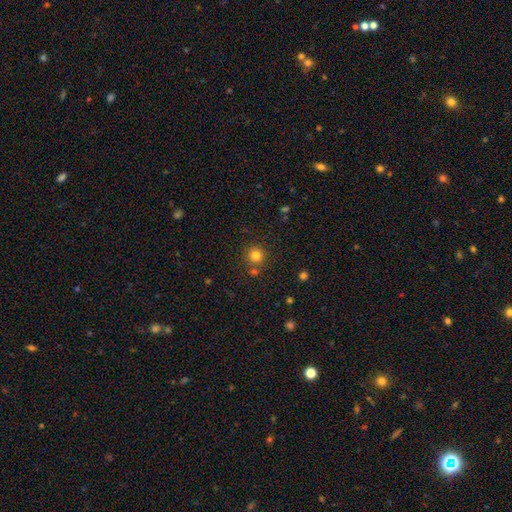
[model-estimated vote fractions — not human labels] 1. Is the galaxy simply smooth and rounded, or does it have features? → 80% smooth, 14% star or artifact, 6% featured or disk.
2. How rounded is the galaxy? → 94% round, 5% in between, 1% cigar-shaped.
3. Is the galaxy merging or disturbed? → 80% none, 10% merger, 8% minor disturbance, 3% major disturbance.